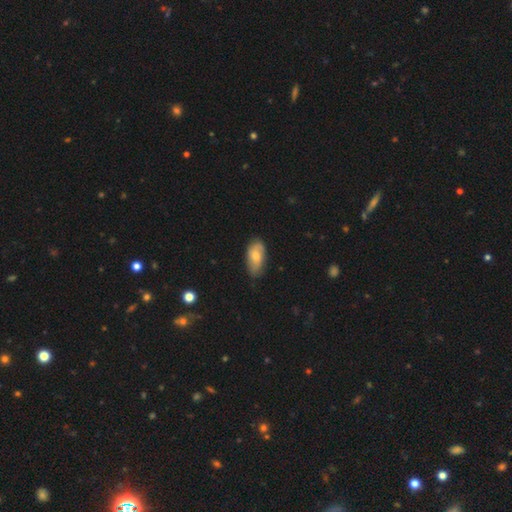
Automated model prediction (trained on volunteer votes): Smooth or featured? smooth (56%)
How rounded? in between (91%)
Merging? none (70%)